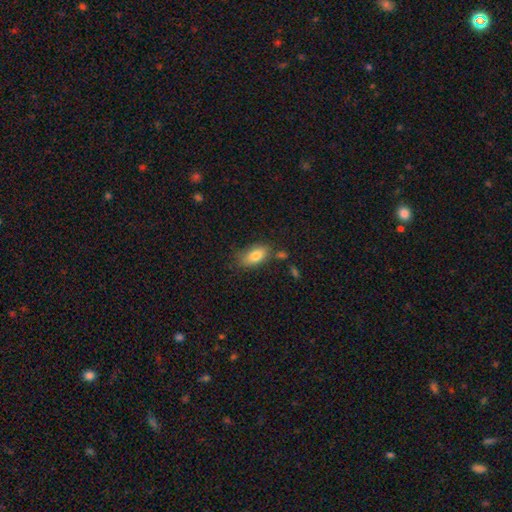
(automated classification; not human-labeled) This appears to be a smooth galaxy with no disk features (80%) that is in between round and cigar-shaped (89%). Merging: none (69%).